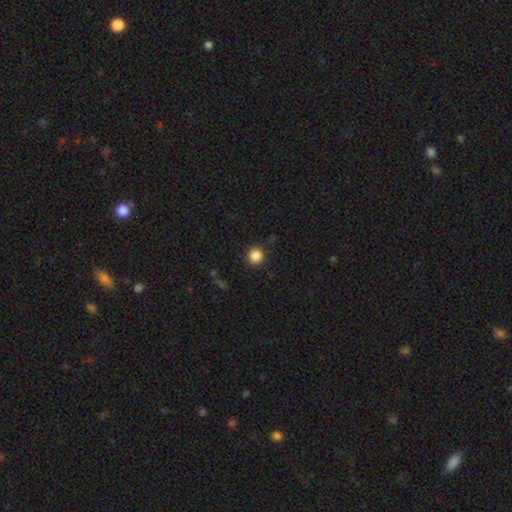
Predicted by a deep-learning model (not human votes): Smooth or featured?
  - smooth: 86% *
  - star or artifact: 11%
  - featured or disk: 3%
How rounded?
  - round: 94% *
  - in between: 5%
  - cigar-shaped: 1%
Merging?
  - none: 90% *
  - minor disturbance: 6%
  - major disturbance: 2%
  - merger: 1%